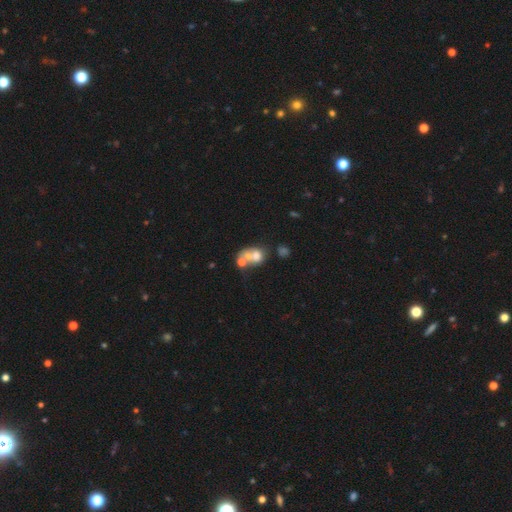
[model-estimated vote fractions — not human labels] Smooth or featured? Predicted: smooth (p=0.54). How rounded? Predicted: in between (p=0.52). Merging? Predicted: merger (p=0.61).